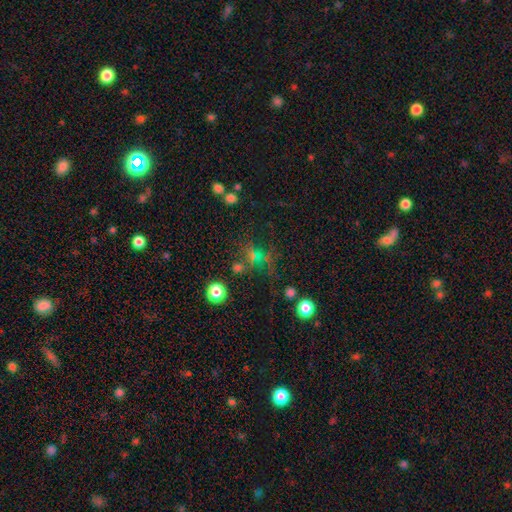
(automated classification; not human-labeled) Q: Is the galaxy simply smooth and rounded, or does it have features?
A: star or artifact — 50%.